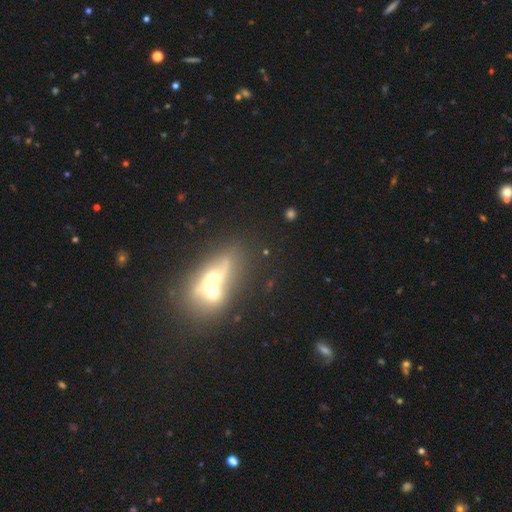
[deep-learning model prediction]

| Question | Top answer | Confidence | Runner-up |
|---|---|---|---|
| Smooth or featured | featured or disk | 40% | smooth (39%) |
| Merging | merger | 64% | none (23%) |